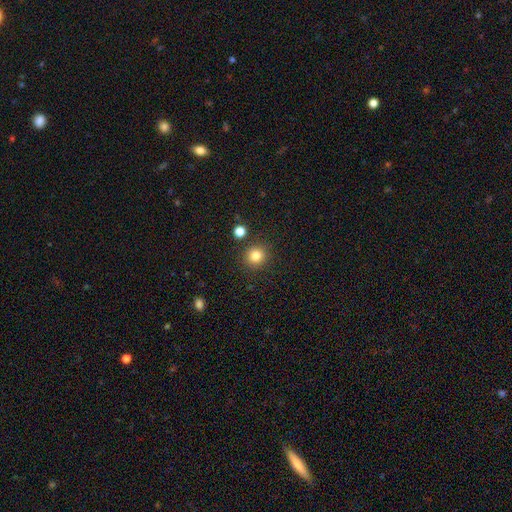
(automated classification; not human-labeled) Smooth or featured? Predicted: smooth (p=0.82). How rounded? Predicted: round (p=0.92). Merging? Predicted: none (p=0.87).